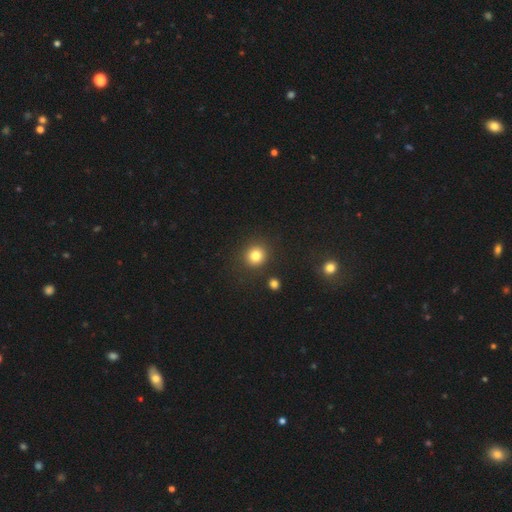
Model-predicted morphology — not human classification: This appears to be a smooth galaxy with no disk features (82%) that is round (88%). Merging: none (87%).